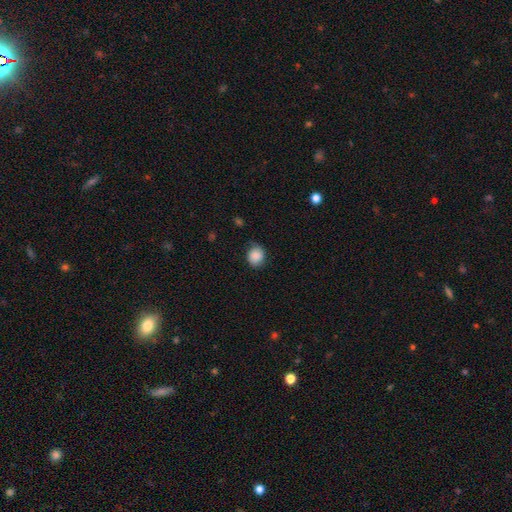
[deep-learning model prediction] Smooth or featured?
  - smooth: 86% *
  - star or artifact: 8%
  - featured or disk: 6%
How rounded?
  - round: 69% *
  - in between: 30%
  - cigar-shaped: 1%
Merging?
  - none: 72% *
  - minor disturbance: 22%
  - major disturbance: 5%
  - merger: 1%